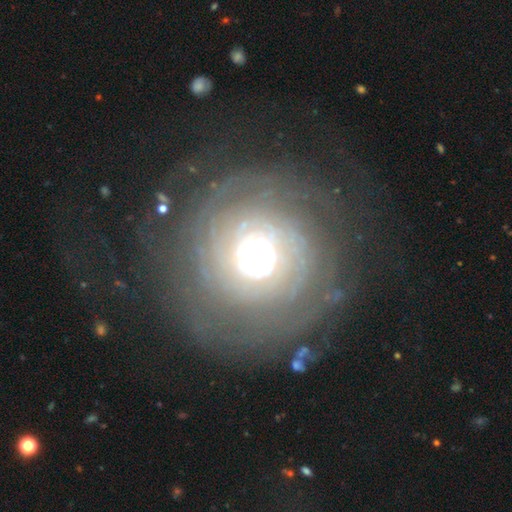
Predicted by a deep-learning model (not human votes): Morphology: type=featured or disk (74%); edge-on=no (97%); bar=no (83%); spiral arms=yes (81%); winding=tight (81%); arm count=can't tell (44%); bulge=moderate (60%); merging=none (78%).